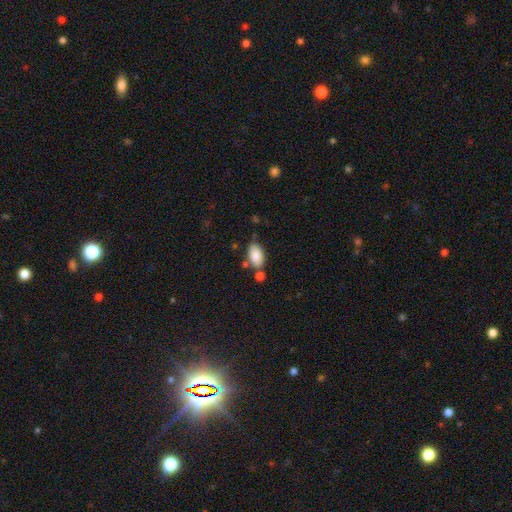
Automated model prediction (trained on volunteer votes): Morphology: type=smooth (86%); roundness=in between (94%); merging=none (67%).